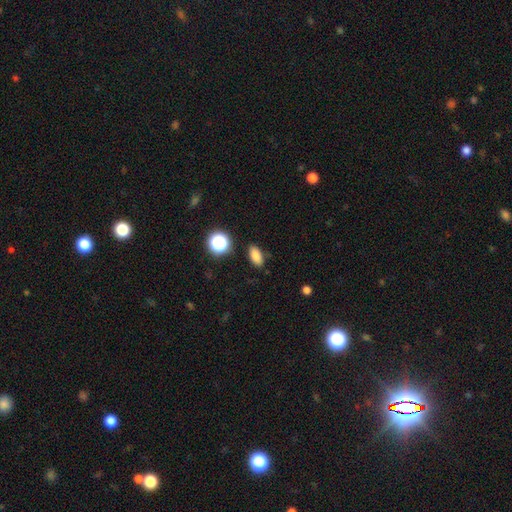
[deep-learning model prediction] smooth 82%, star or artifact 12%, featured or disk 5%. Down the decision tree: how rounded — in between (85%); merging — none (86%).